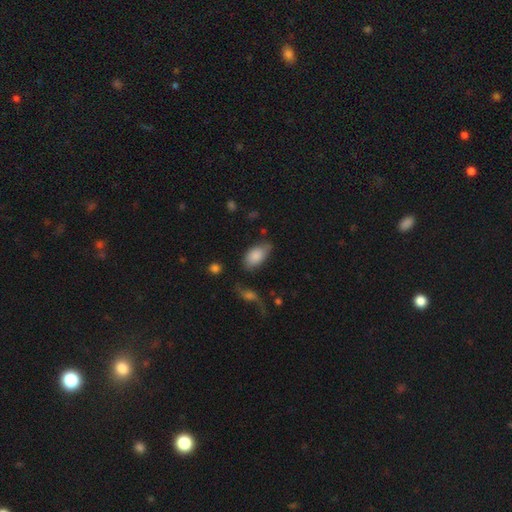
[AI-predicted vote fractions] Morphology: type=smooth (83%); roundness=in between (93%); merging=none (57%).